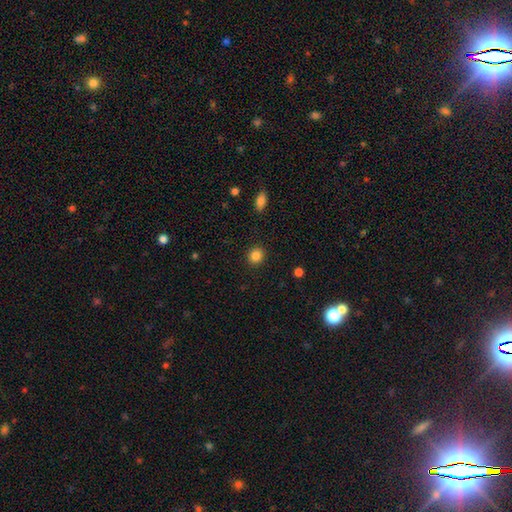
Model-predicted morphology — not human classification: Smooth or featured? smooth (86%)
How rounded? round (83%)
Merging? none (91%)